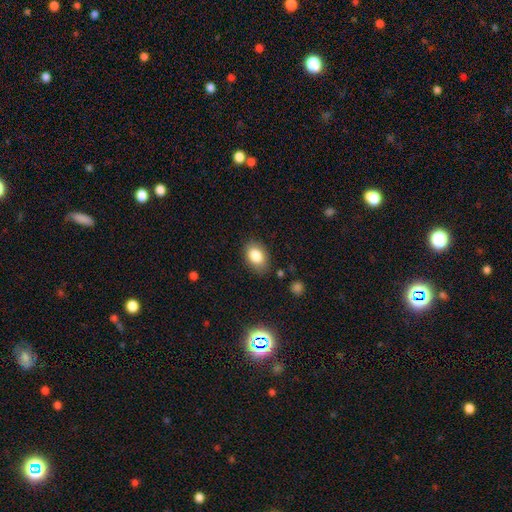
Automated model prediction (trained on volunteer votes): Smooth or featured: smooth — 84% (star or artifact — 8%)
How rounded: in between — 84% (round — 15%)
Merging: none — 81% (minor disturbance — 14%)